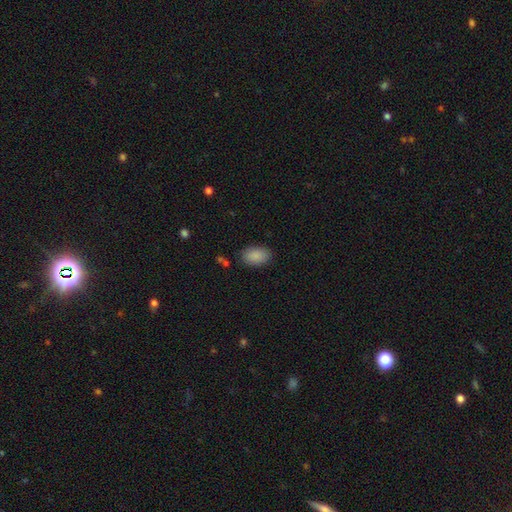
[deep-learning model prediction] Smooth or featured? smooth (89%)
How rounded? in between (92%)
Merging? none (85%)